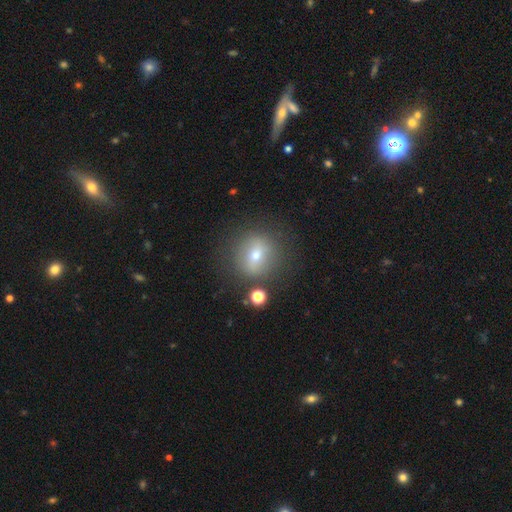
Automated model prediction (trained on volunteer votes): smooth 53%, featured or disk 34%, star or artifact 13%. Down the decision tree: how rounded — round (86%); merging — none (80%).